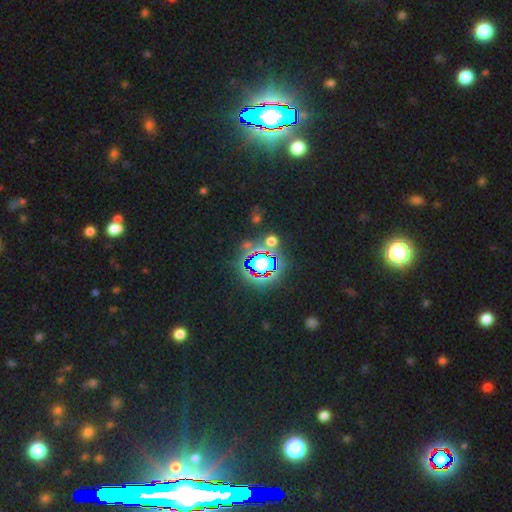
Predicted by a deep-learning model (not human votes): A star or artifact, not a galaxy (81%).

Vote fractions:
- Smooth or featured? star or artifact: 81% / smooth: 12% / featured or disk: 7%